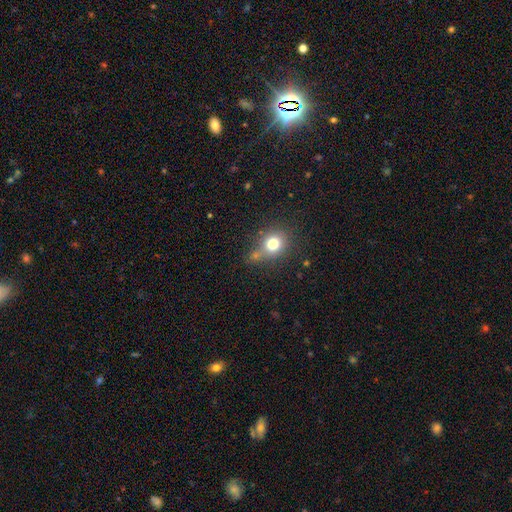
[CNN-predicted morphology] Smooth or featured? Predicted: smooth (p=0.74). How rounded? Predicted: round (p=0.81). Merging? Predicted: none (p=0.63).